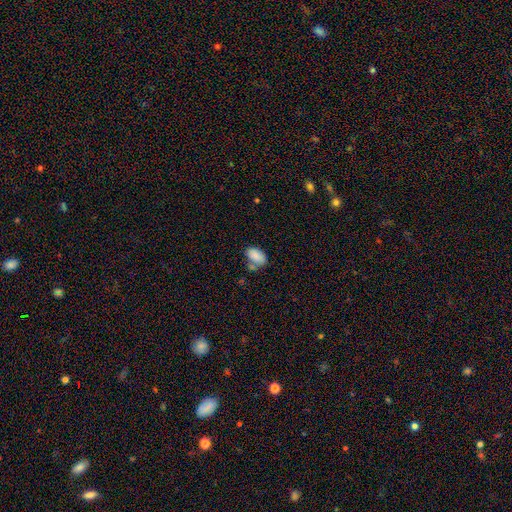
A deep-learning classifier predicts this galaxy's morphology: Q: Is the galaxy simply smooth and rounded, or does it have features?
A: smooth — 85%.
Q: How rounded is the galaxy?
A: in between — 92%.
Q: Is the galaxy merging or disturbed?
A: none — 56%.